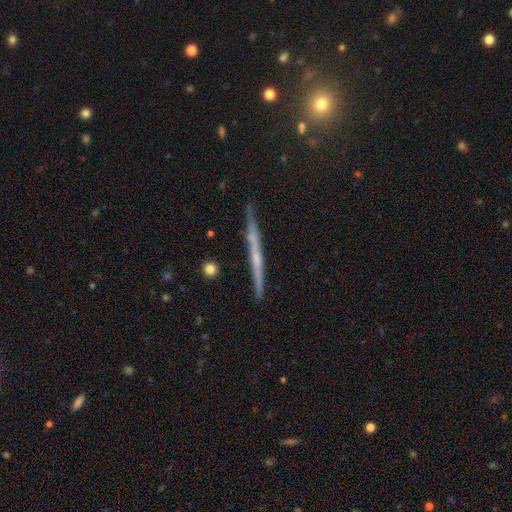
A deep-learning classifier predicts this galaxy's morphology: type=featured or disk (63%); edge-on=yes (97%); edge-on bulge=none (71%); merging=none (88%).